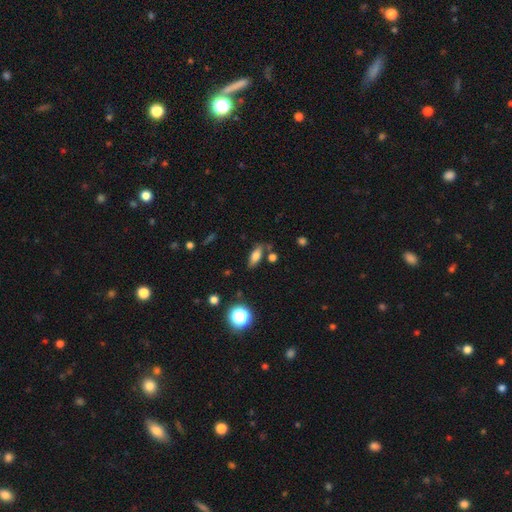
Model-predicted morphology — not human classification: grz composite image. It shows a smooth galaxy with no disk features (72%) that is in between round and cigar-shaped (70%). Merging: none (75%).